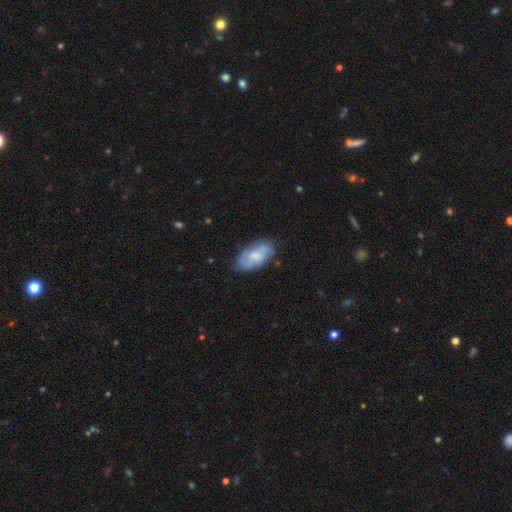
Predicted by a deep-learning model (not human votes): This appears to be a smooth galaxy with no disk features (48%). Merging: none (63%).